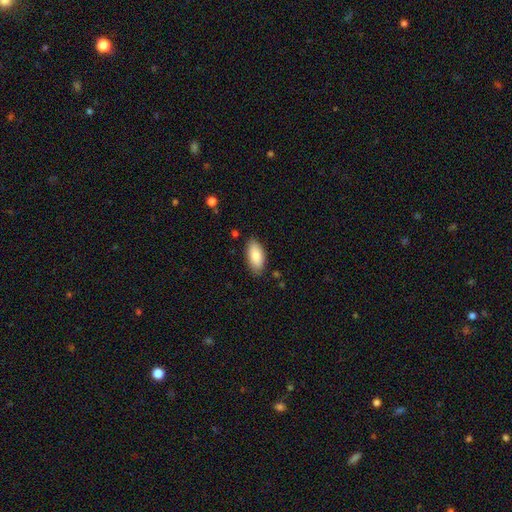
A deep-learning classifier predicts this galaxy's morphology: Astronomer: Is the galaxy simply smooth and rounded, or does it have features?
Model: smooth — 85%.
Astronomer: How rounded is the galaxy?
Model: in between — 91%.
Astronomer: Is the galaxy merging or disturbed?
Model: none — 83%.